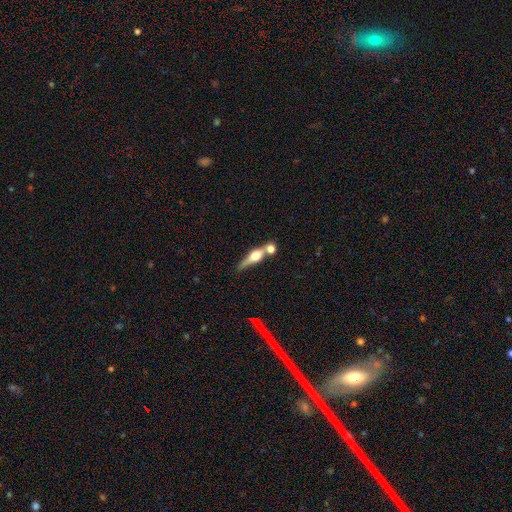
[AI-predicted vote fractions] The model was most divided on "merging": none: 51%, merger: 32%, minor disturbance: 11%, major disturbance: 6%. More confident: edge-on bulge — rounded (94%); edge-on disk — yes (91%); smooth or featured — featured or disk (60%).